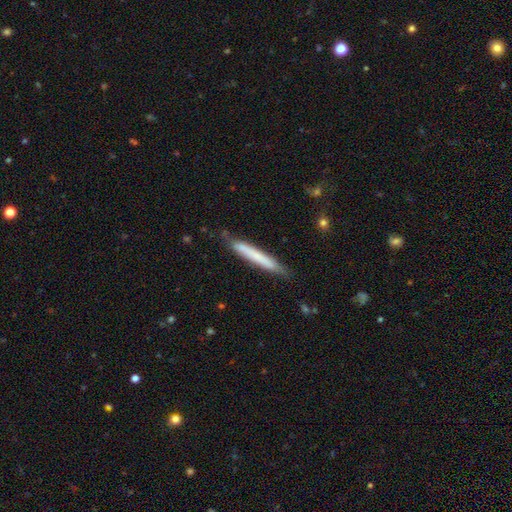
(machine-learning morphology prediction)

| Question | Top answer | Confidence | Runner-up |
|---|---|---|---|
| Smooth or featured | smooth | 67% | featured or disk (27%) |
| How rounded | cigar-shaped | 96% | in between (3%) |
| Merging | none | 80% | minor disturbance (16%) |